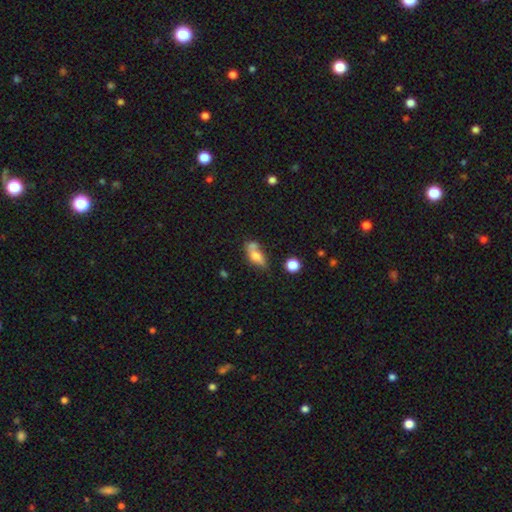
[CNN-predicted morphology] This is likely a smooth galaxy (66%). How rounded: likely in between (74%). Merging: marginally none (37%).